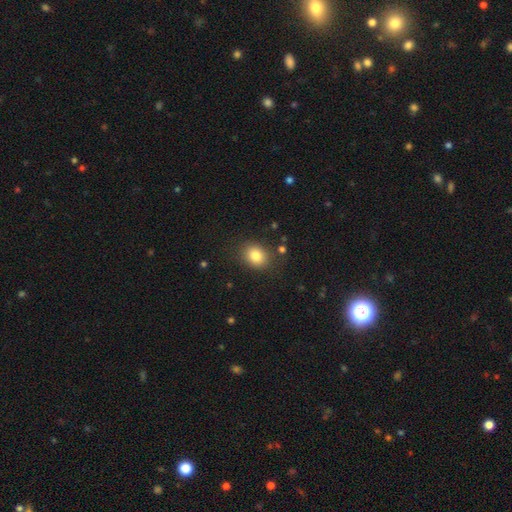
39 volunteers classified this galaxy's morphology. Overall: smooth (90%). How rounded: round (54%; in between 46%). Merging: none (82%).